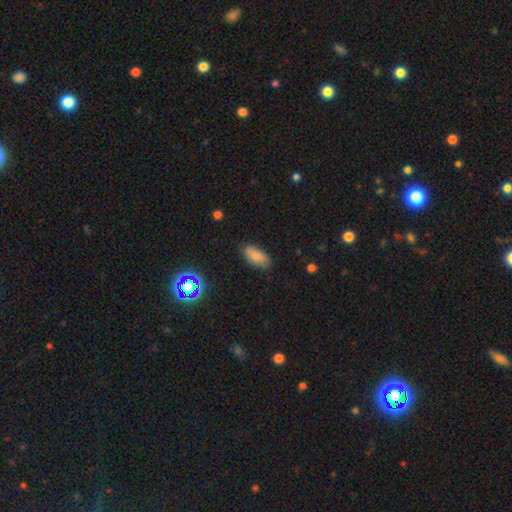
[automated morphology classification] This appears to be a smooth galaxy with no disk features (82%) that is in between round and cigar-shaped (89%). Merging: none (83%).